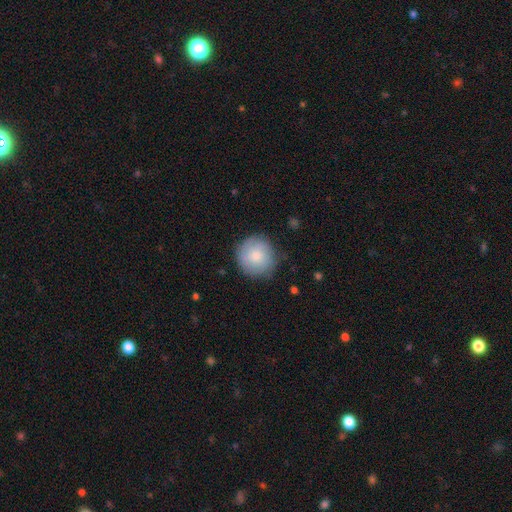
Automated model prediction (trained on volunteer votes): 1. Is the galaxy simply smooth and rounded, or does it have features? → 75% smooth, 18% featured or disk, 7% star or artifact.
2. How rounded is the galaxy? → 94% round, 5% in between, 1% cigar-shaped.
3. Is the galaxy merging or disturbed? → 80% none, 15% minor disturbance, 4% major disturbance, 1% merger.